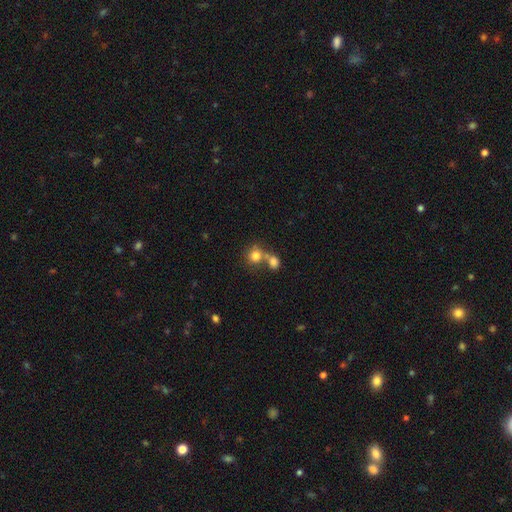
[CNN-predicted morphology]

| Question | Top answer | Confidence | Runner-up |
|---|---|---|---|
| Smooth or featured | smooth | 77% | star or artifact (12%) |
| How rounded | round | 81% | in between (18%) |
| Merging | merger | 47% | none (41%) |